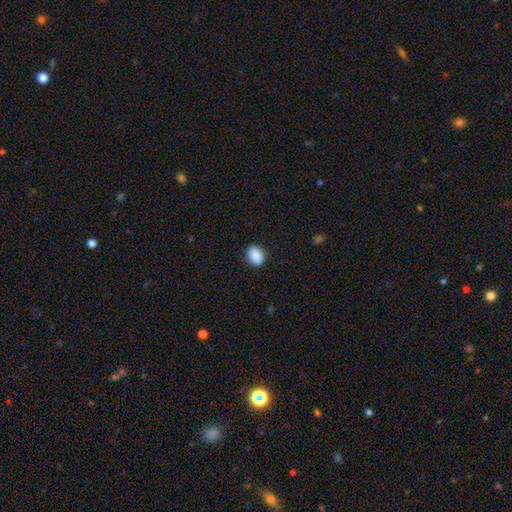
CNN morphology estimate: A smooth galaxy with no disk features (90%) that is in between round and cigar-shaped (77%).

Vote fractions:
- Smooth or featured? smooth: 90% / star or artifact: 7% / featured or disk: 3%
- How rounded? in between: 77% / round: 22% / cigar-shaped: 1%
- Merging? none: 88% / minor disturbance: 9% / major disturbance: 2% / merger: 1%